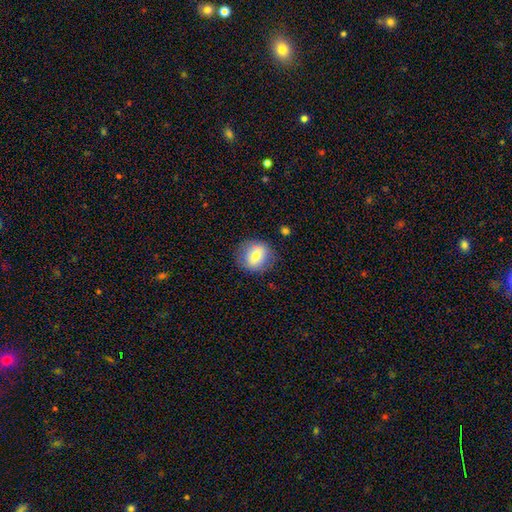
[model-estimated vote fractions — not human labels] Smooth or featured: smooth — 69% (featured or disk — 22%)
How rounded: round — 81% (in between — 18%)
Merging: none — 79% (minor disturbance — 14%)